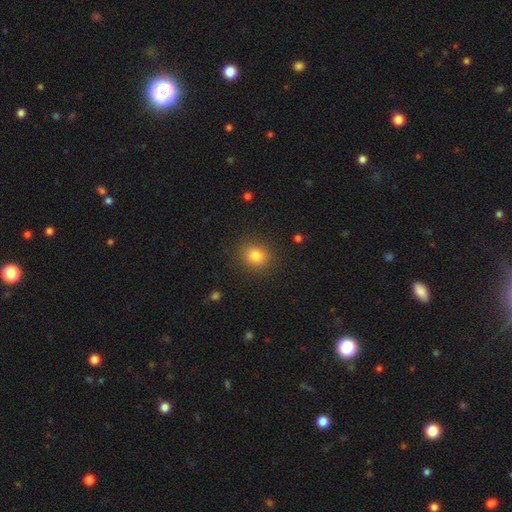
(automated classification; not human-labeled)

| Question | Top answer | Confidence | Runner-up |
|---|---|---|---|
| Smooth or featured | smooth | 83% | star or artifact (11%) |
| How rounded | round | 73% | in between (26%) |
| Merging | none | 88% | minor disturbance (8%) |